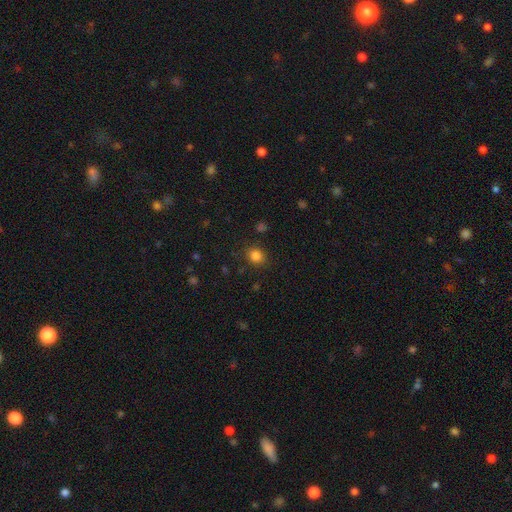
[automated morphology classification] A smooth galaxy with no disk features (83%) that is round (74%). Merging: none (86%).